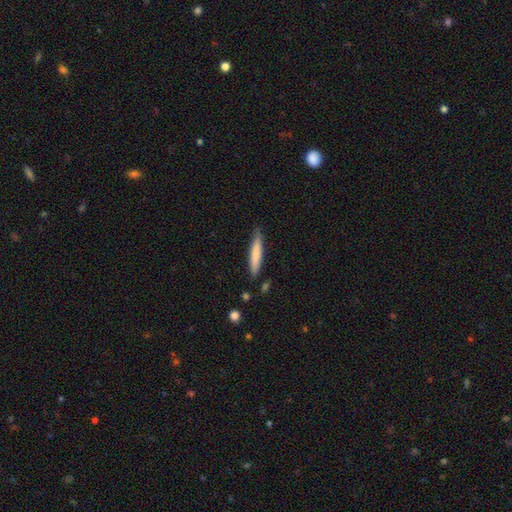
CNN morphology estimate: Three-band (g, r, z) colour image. It shows a smooth galaxy with no disk features (76%) that is cigar-shaped (91%). Merging: none (82%).